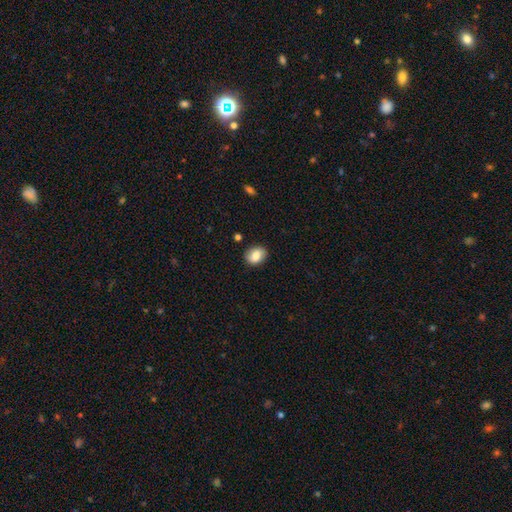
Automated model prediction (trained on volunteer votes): Smooth or featured: smooth — 79% (featured or disk — 13%)
How rounded: in between — 51% (round — 48%)
Merging: none — 86% (minor disturbance — 10%)